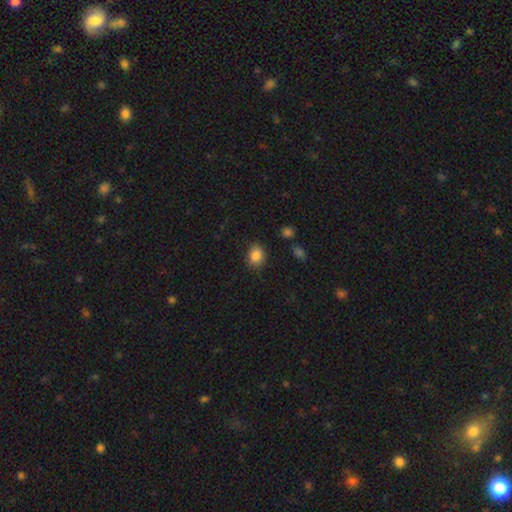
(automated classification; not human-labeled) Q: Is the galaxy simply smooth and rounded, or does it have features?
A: smooth — 85%.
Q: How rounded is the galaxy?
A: round — 58%.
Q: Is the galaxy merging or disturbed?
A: none — 81%.